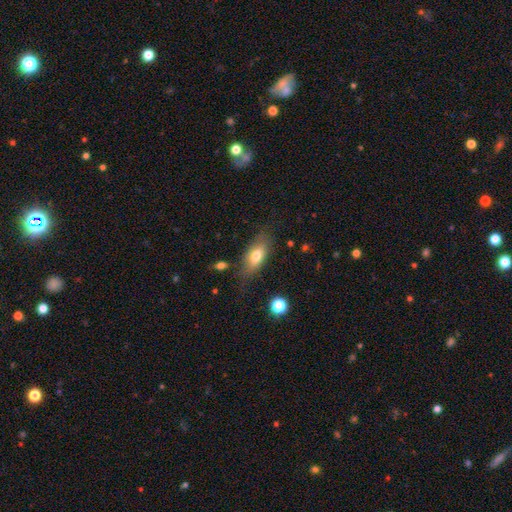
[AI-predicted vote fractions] smooth-or-featured: smooth: 71% | featured or disk: 21% | star or artifact: 8%
  how-rounded: in between: 82% | cigar-shaped: 14% | round: 5%
  merging: none: 72% | minor disturbance: 19% | major disturbance: 6% | merger: 3%